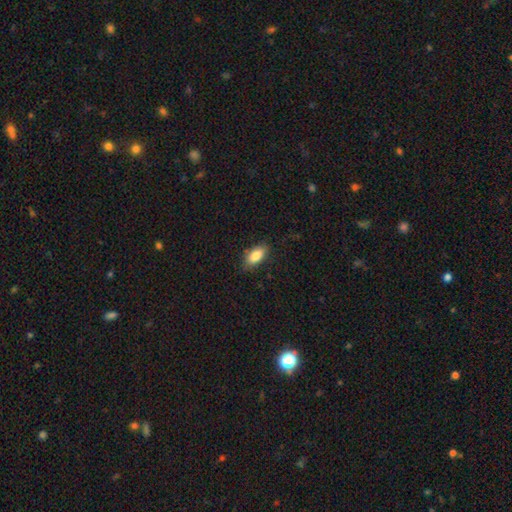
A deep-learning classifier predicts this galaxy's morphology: This appears to be a smooth galaxy with no disk features (84%) that is in between round and cigar-shaped (89%). Merging: none (83%).